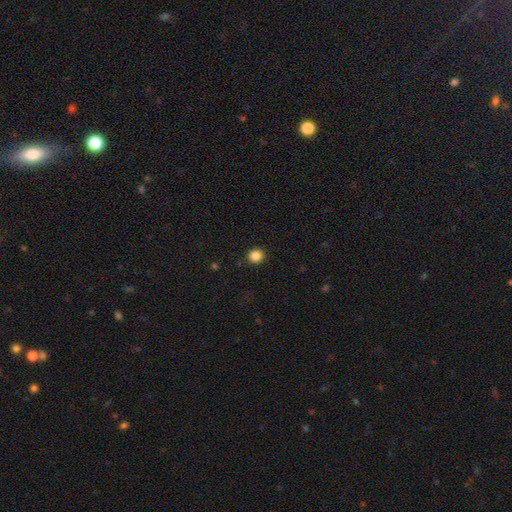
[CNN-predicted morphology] Smooth or featured: smooth — 85% (star or artifact — 11%)
How rounded: round — 84% (in between — 15%)
Merging: none — 92% (minor disturbance — 5%)